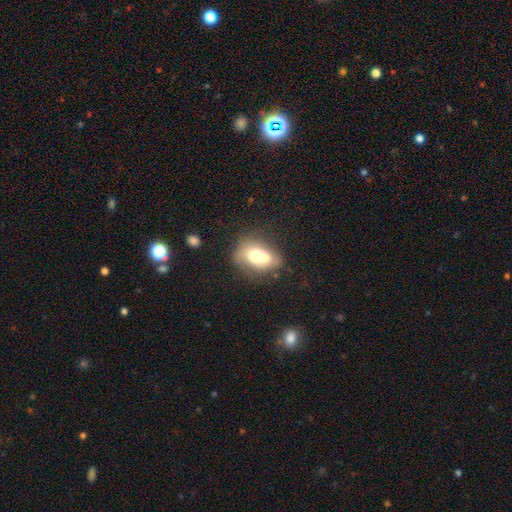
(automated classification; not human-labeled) This is likely a smooth galaxy (62%). How rounded: likely in between (62%). Merging: possibly merger (55%).